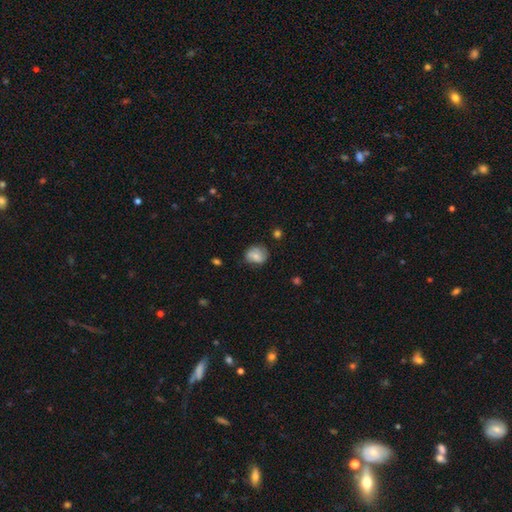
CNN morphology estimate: type=smooth (61%); roundness=round (64%); merging=none (66%).